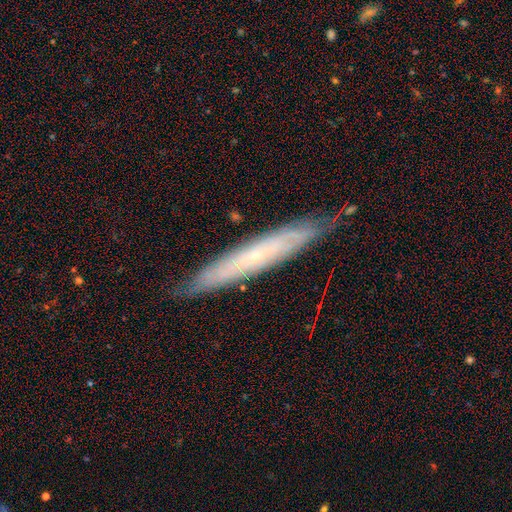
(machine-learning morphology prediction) Smooth or featured? Predicted: featured or disk (p=0.64). Edge-on disk? Predicted: yes (p=0.67). Merging? Predicted: none (p=0.82).